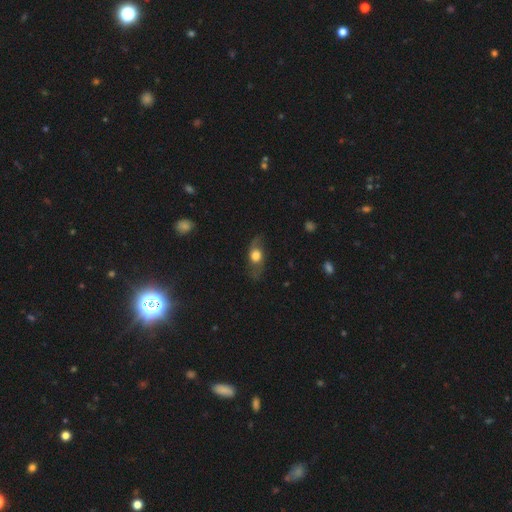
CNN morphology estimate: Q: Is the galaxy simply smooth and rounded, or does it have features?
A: featured or disk — 46%.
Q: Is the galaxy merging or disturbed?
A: none — 70%.